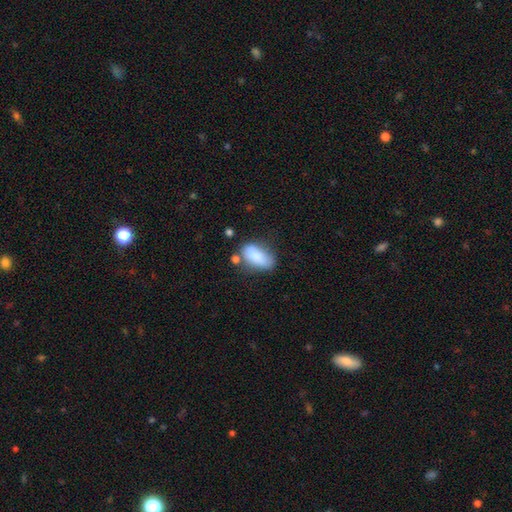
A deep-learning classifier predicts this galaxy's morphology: Q: Smooth or featured?
A: smooth (83%); runner-up: featured or disk (10%)
Q: How rounded?
A: in between (90%); runner-up: cigar-shaped (6%)
Q: Merging?
A: none (52%); runner-up: minor disturbance (27%)